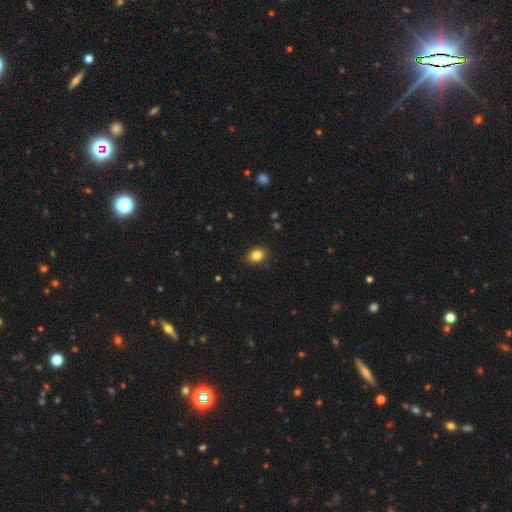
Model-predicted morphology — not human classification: A smooth galaxy with no disk features (83%) that is in between round and cigar-shaped (69%).

Vote fractions:
- Smooth or featured? smooth: 83% / star or artifact: 10% / featured or disk: 7%
- How rounded? in between: 69% / round: 30% / cigar-shaped: 1%
- Merging? none: 86% / minor disturbance: 11% / major disturbance: 2% / merger: 1%